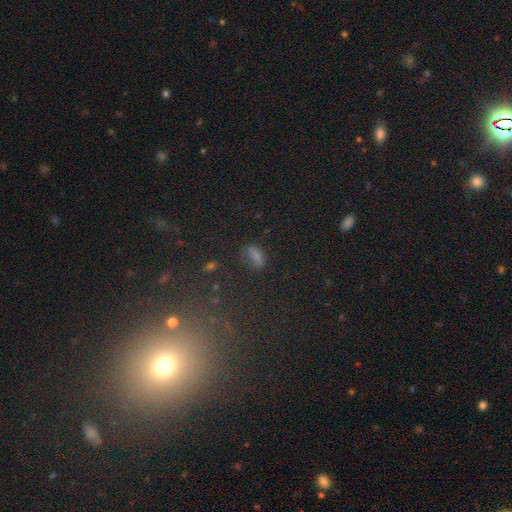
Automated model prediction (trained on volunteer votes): Smooth or featured?
  - smooth: 53% *
  - star or artifact: 31%
  - featured or disk: 16%
How rounded?
  - in between: 77% *
  - round: 12%
  - cigar-shaped: 11%
Merging?
  - none: 66% *
  - minor disturbance: 19%
  - major disturbance: 10%
  - merger: 5%